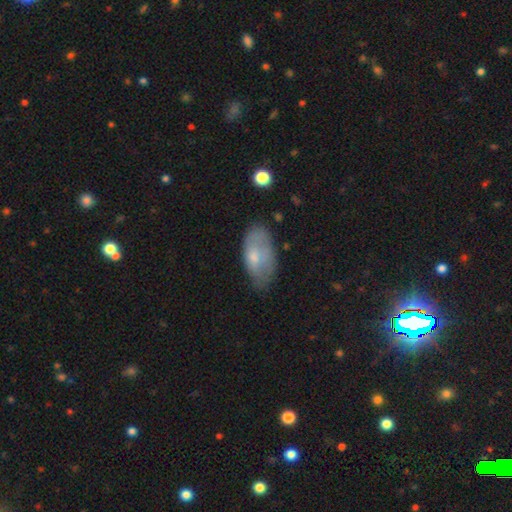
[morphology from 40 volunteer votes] Smooth or featured: smooth — 72% (featured or disk — 22%)
How rounded: in between — 100%
Merging: none — 53% (minor disturbance — 34%)